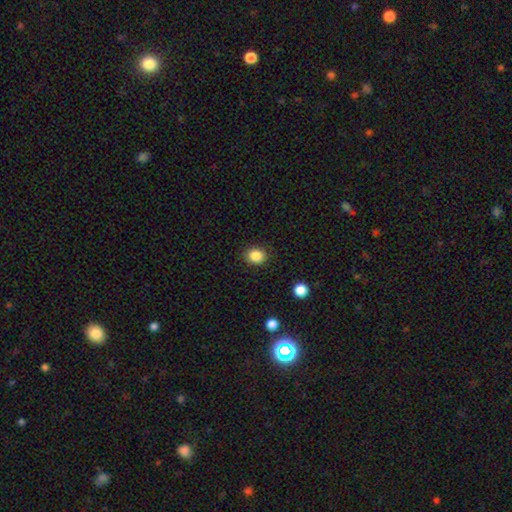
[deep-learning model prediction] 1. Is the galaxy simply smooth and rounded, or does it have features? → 86% smooth, 10% star or artifact, 4% featured or disk.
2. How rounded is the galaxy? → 65% round, 34% in between, 1% cigar-shaped.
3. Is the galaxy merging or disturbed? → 88% none, 8% minor disturbance, 3% major disturbance, 1% merger.